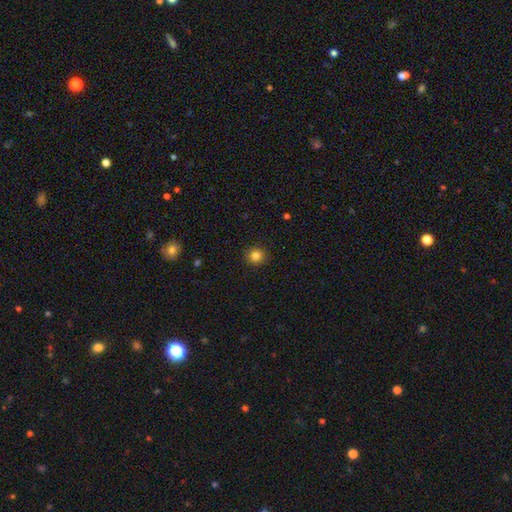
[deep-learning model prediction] smooth 82%, star or artifact 12%, featured or disk 6%. Down the decision tree: how rounded — round (90%); merging — none (91%).